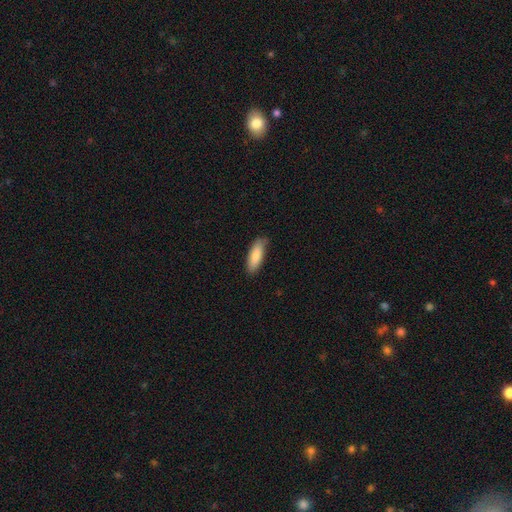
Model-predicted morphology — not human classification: This appears to be a smooth galaxy with no disk features (84%) that is in between round and cigar-shaped (61%). Merging: none (80%).